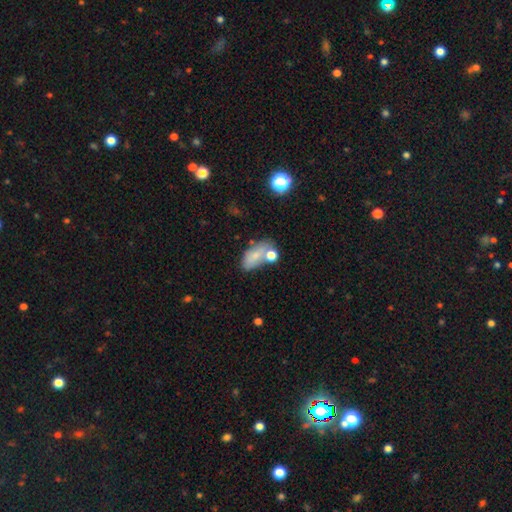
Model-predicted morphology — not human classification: The model was most divided on "merging": none: 45%, merger: 23%, minor disturbance: 22%, major disturbance: 11%. More confident: how rounded — in between (85%); smooth or featured — smooth (72%).